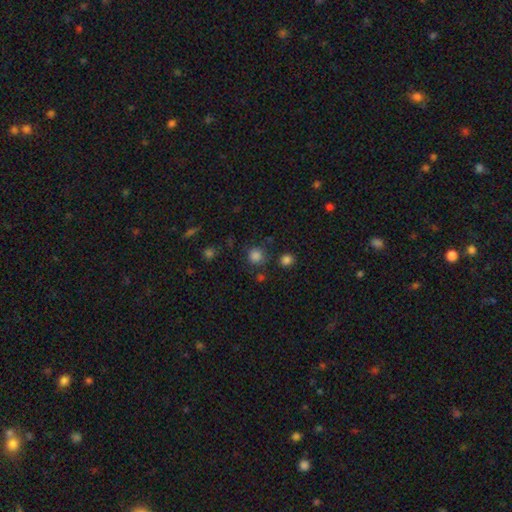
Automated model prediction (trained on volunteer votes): smooth 83%, star or artifact 13%, featured or disk 4%. Down the decision tree: how rounded — round (92%); merging — none (79%).